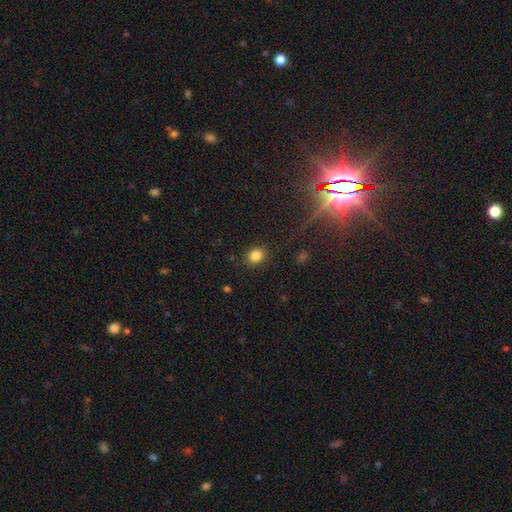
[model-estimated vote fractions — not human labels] Q: Smooth or featured?
A: smooth (82%); runner-up: star or artifact (12%)
Q: How rounded?
A: round (62%); runner-up: in between (37%)
Q: Merging?
A: none (87%); runner-up: minor disturbance (8%)